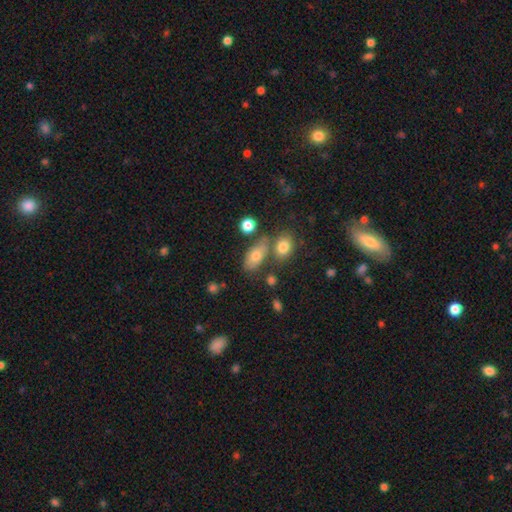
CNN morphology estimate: This appears to be a smooth galaxy with no disk features (75%) that is in between round and cigar-shaped (85%). Merging: none (59%).